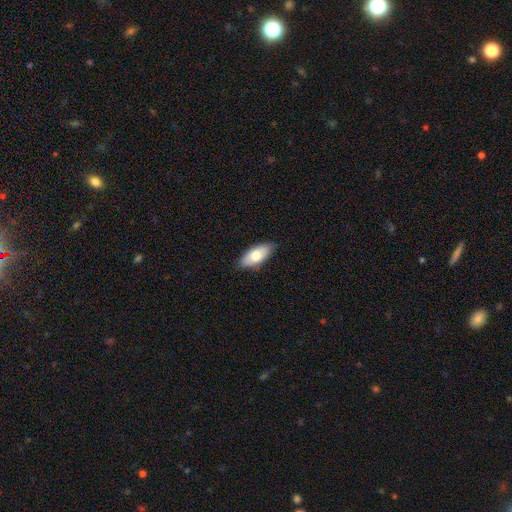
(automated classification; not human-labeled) Overall: smooth (72%). How rounded: in between (88%). Merging: none (85%).